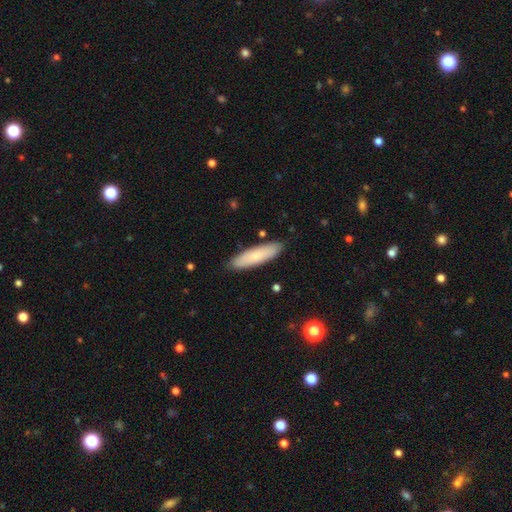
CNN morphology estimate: This appears to be a smooth galaxy with no disk features (75%) that is cigar-shaped (68%). Merging: none (88%).